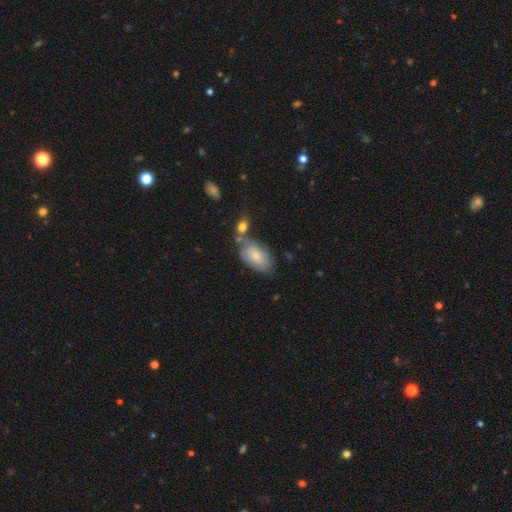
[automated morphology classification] Overall: smooth (70%). How rounded: in between (93%). Merging: none (53%; minor disturbance 23%).